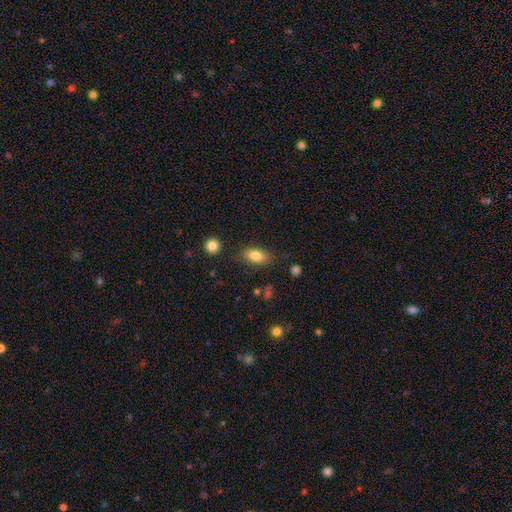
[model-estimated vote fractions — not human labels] Smooth or featured?
  - smooth: 82% *
  - featured or disk: 10%
  - star or artifact: 8%
How rounded?
  - in between: 87% *
  - round: 8%
  - cigar-shaped: 6%
Merging?
  - none: 80% *
  - minor disturbance: 14%
  - major disturbance: 4%
  - merger: 2%